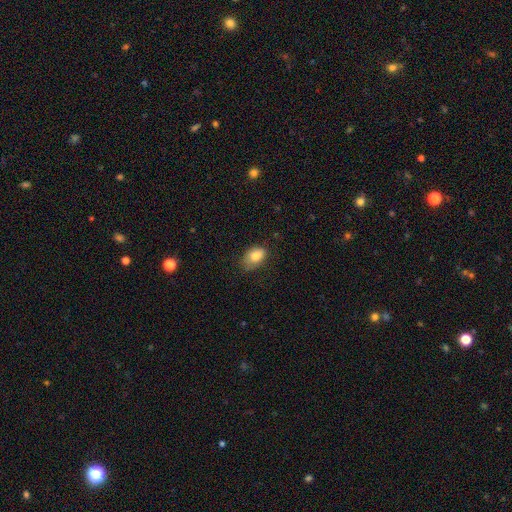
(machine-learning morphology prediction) Smooth or featured? Predicted: smooth (p=0.83). How rounded? Predicted: in between (p=0.83). Merging? Predicted: none (p=0.61).